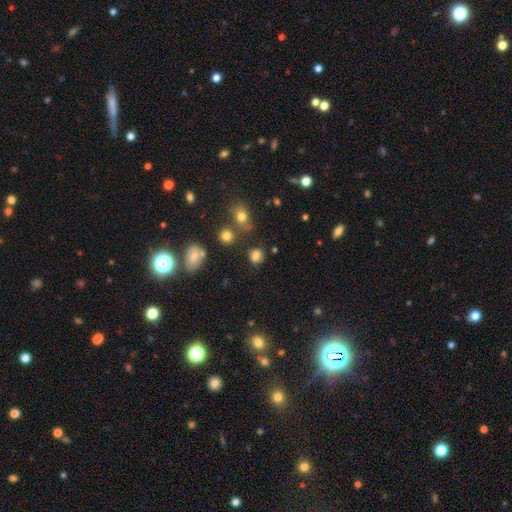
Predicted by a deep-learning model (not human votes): This is clearly a smooth galaxy (81%). How rounded: possibly round (58%). Merging: likely none (73%).